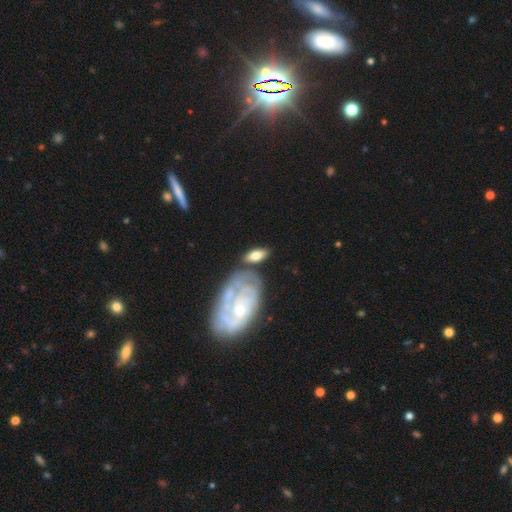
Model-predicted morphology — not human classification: A smooth galaxy with no disk features (60%) that is in between round and cigar-shaped (88%).

Vote fractions:
- Smooth or featured? smooth: 60% / featured or disk: 34% / star or artifact: 6%
- How rounded? in between: 88% / cigar-shaped: 7% / round: 5%
- Merging? none: 61% / minor disturbance: 19% / merger: 13% / major disturbance: 7%